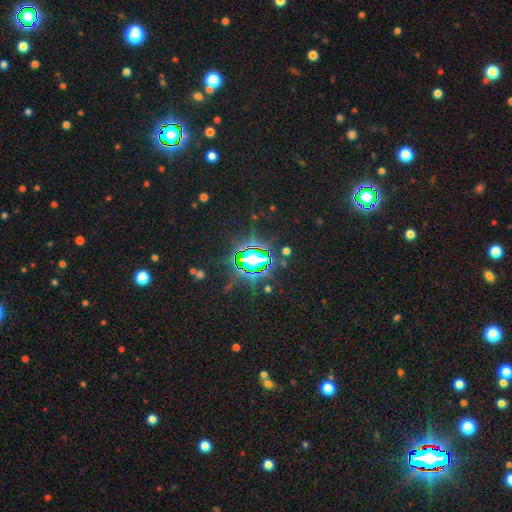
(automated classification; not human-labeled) Smooth or featured?
  - star or artifact: 82% *
  - smooth: 11%
  - featured or disk: 8%